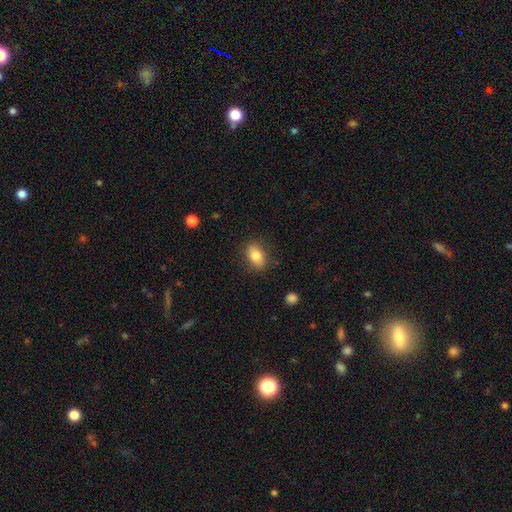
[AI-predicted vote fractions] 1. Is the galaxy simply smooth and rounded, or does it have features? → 81% smooth, 11% featured or disk, 8% star or artifact.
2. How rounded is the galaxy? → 84% in between, 13% round, 3% cigar-shaped.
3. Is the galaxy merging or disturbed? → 85% none, 11% minor disturbance, 3% major disturbance, 1% merger.